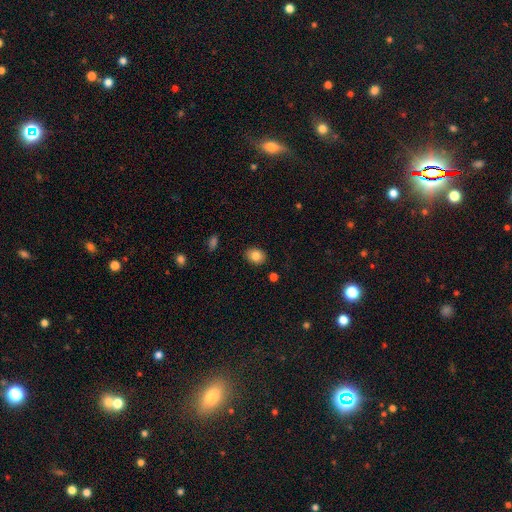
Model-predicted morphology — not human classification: A smooth galaxy with no disk features (83%) that is in between round and cigar-shaped (55%). Merging: none (88%).